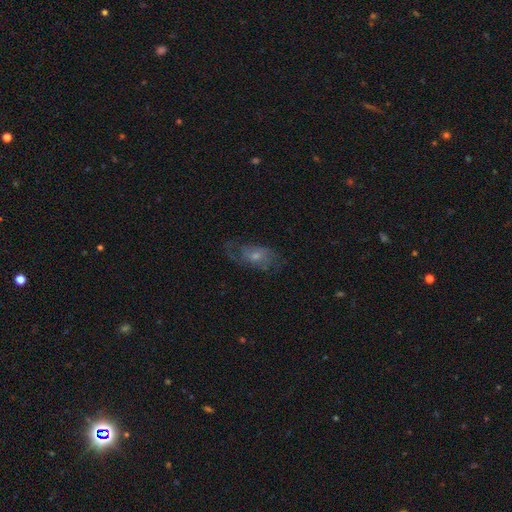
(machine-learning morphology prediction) type=featured or disk (66%); edge-on=no (93%); bar=no (67%); spiral arms=yes (85%); winding=medium (45%); arm count=2 (52%); bulge=small (50%); merging=none (66%).